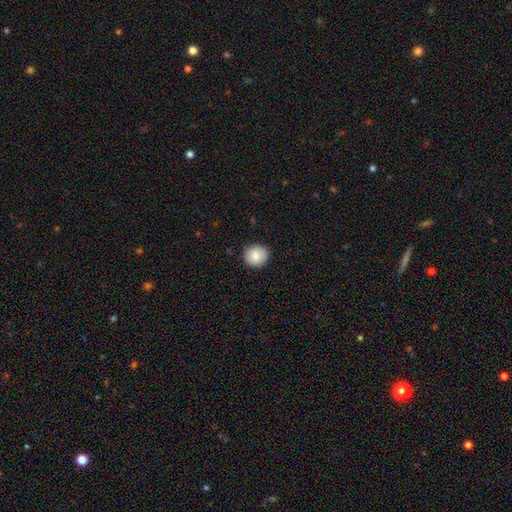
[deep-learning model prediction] Smooth or featured?
  - smooth: 88% *
  - star or artifact: 8%
  - featured or disk: 5%
How rounded?
  - round: 85% *
  - in between: 14%
  - cigar-shaped: 1%
Merging?
  - none: 90% *
  - minor disturbance: 7%
  - major disturbance: 2%
  - merger: 1%